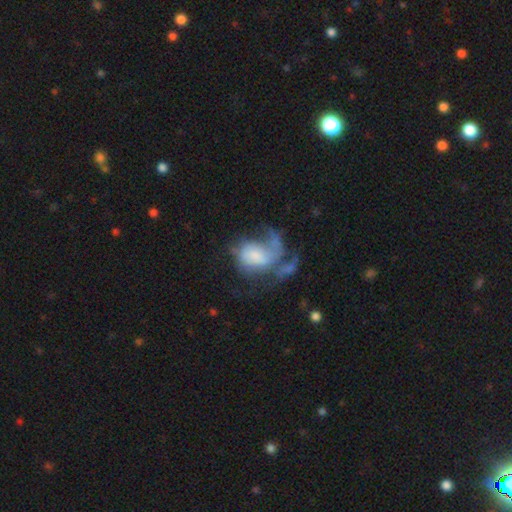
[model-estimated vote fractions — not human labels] This is possibly a featured or disk galaxy (52%). It is clearly not viewed edge-on (97%). Bar: likely no (66%). Spiral arm pattern: possibly yes (59%). Central bulge: marginally small (29%). Merging: possibly major disturbance (51%).